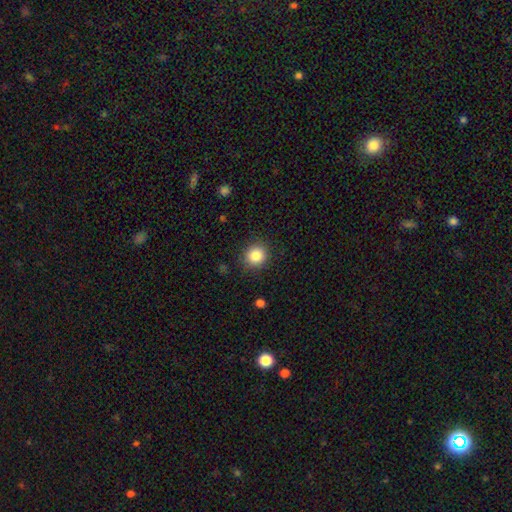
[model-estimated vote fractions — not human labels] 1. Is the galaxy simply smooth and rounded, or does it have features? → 85% smooth, 10% star or artifact, 5% featured or disk.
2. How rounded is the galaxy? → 89% round, 10% in between, 1% cigar-shaped.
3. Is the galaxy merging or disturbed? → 88% none, 8% minor disturbance, 3% major disturbance, 1% merger.